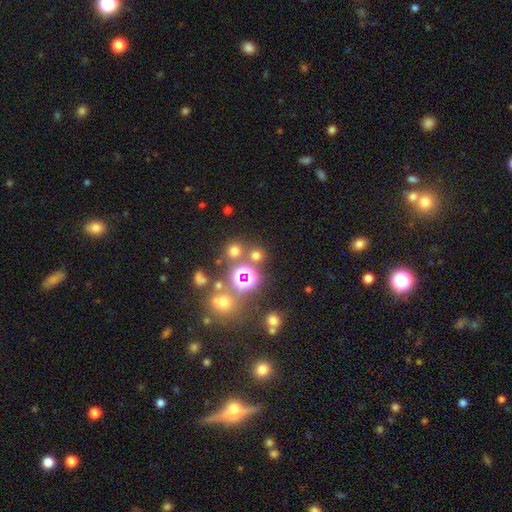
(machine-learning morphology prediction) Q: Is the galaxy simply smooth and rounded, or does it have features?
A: smooth — 61%.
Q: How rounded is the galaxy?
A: round — 88%.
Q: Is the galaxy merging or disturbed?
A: none — 74%.